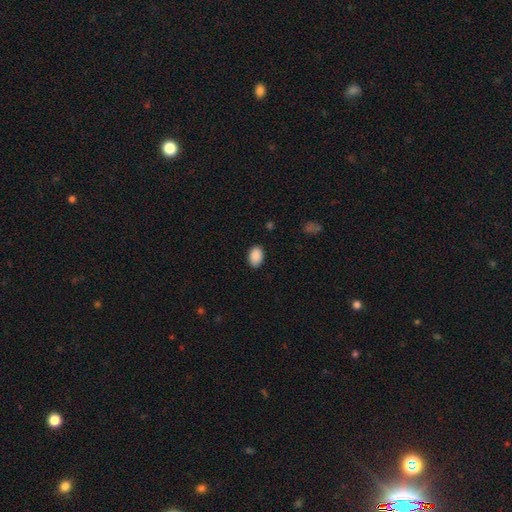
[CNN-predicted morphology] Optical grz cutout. It shows a smooth galaxy with no disk features (90%) that is in between round and cigar-shaped (88%). Merging: none (87%).